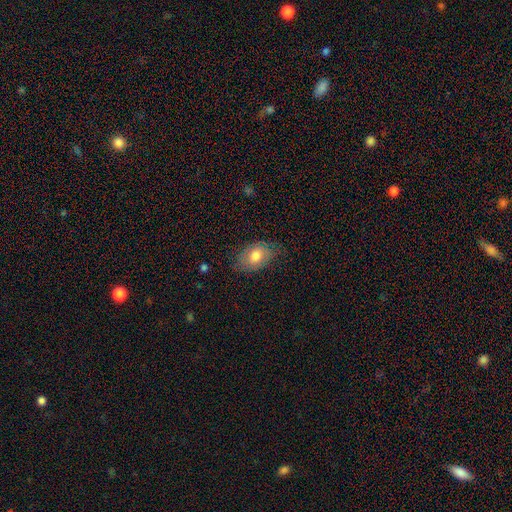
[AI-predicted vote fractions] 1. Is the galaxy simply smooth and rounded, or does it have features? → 73% smooth, 19% featured or disk, 8% star or artifact.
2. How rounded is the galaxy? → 87% in between, 11% round, 1% cigar-shaped.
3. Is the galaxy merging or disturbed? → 73% none, 21% minor disturbance, 5% major disturbance, 1% merger.